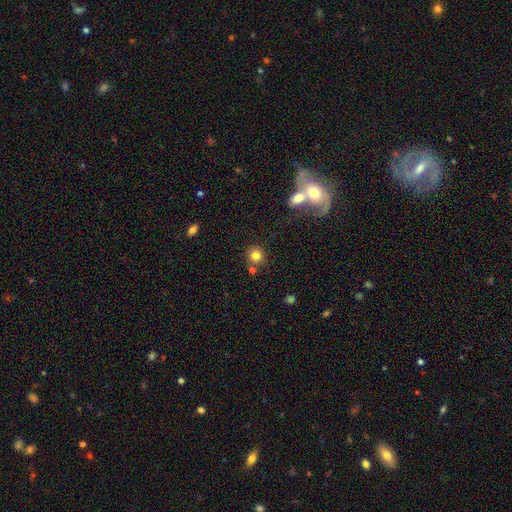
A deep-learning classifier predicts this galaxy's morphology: A smooth galaxy with no disk features (81%) that is round (90%). Merging: none (76%).